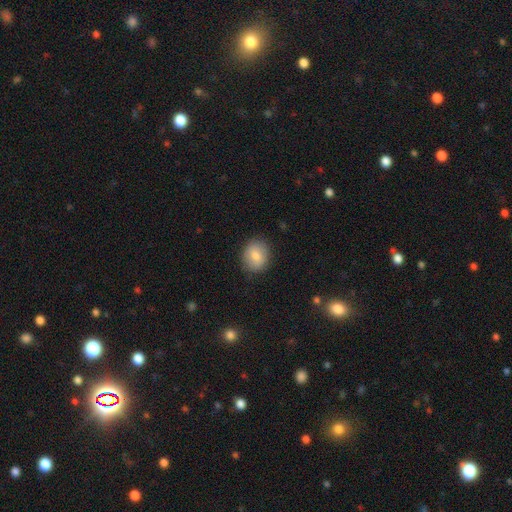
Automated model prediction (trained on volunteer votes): Overall: smooth (80%). How rounded: round (67%; in between 33%). Merging: none (86%).